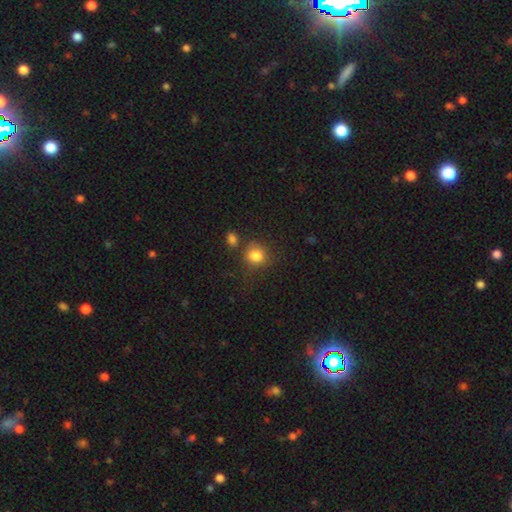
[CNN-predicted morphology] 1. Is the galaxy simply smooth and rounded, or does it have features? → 83% smooth, 11% star or artifact, 6% featured or disk.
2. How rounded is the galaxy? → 83% round, 16% in between, 1% cigar-shaped.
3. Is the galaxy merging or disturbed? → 68% none, 15% minor disturbance, 11% merger, 6% major disturbance.